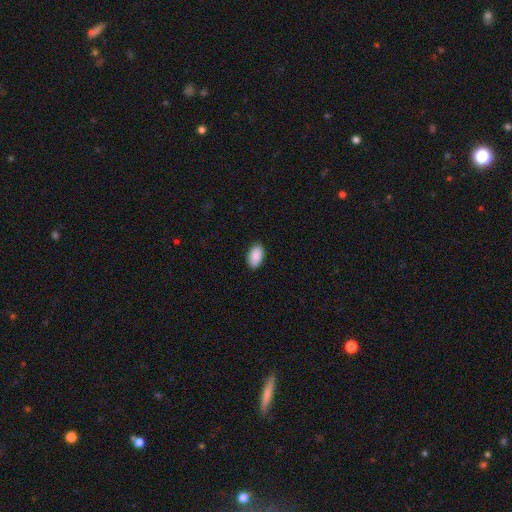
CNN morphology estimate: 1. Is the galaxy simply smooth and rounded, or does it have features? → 90% smooth, 6% star or artifact, 3% featured or disk.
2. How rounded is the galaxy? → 95% in between, 3% round, 2% cigar-shaped.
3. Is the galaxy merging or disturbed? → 89% none, 8% minor disturbance, 2% major disturbance, 1% merger.